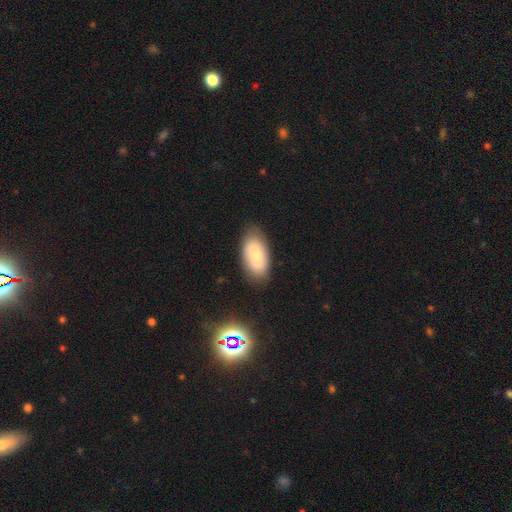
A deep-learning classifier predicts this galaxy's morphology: The model was most divided on "smooth or featured": smooth: 66%, featured or disk: 27%, star or artifact: 8%. More confident: how rounded — in between (93%); merging — none (78%).